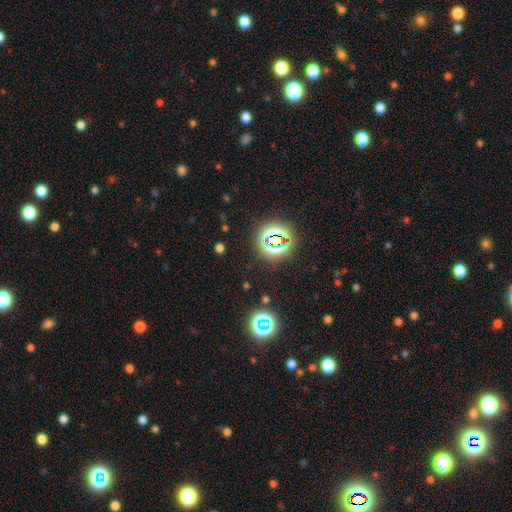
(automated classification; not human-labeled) Q: Smooth or featured?
A: star or artifact (76%); runner-up: smooth (17%)